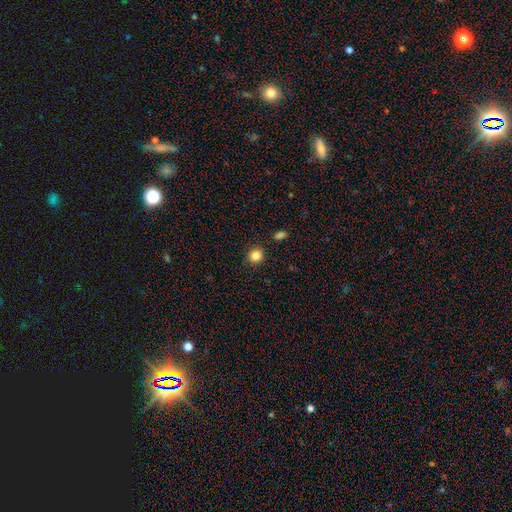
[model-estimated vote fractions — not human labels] Q: Smooth or featured?
A: smooth (84%); runner-up: star or artifact (11%)
Q: How rounded?
A: round (87%); runner-up: in between (12%)
Q: Merging?
A: none (89%); runner-up: minor disturbance (7%)